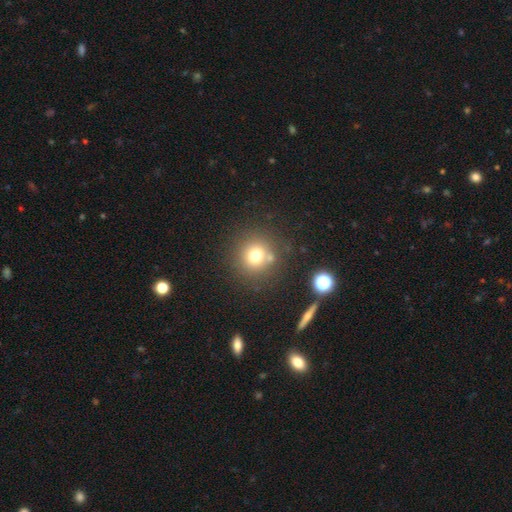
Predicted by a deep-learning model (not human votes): Overall: smooth (73%). How rounded: round (91%). Merging: none (77%).